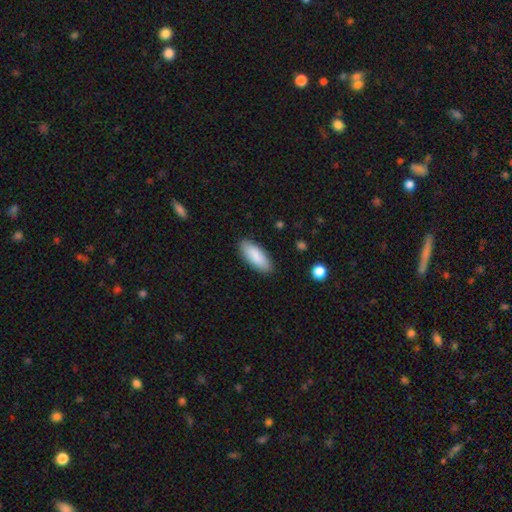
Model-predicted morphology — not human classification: type=smooth (88%); roundness=in between (77%); merging=none (88%).